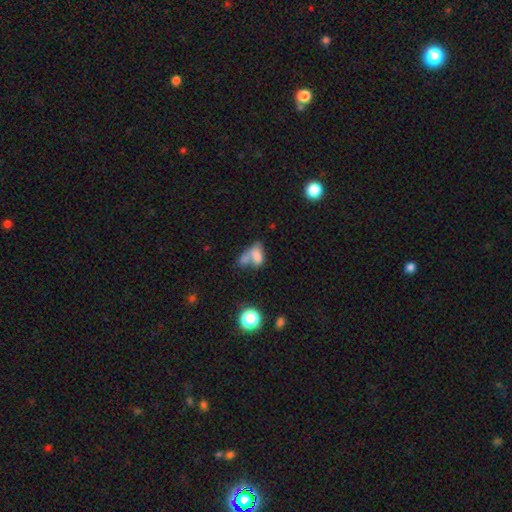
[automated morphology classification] Overall: smooth (68%). How rounded: in between (82%). Merging: merger (59%).